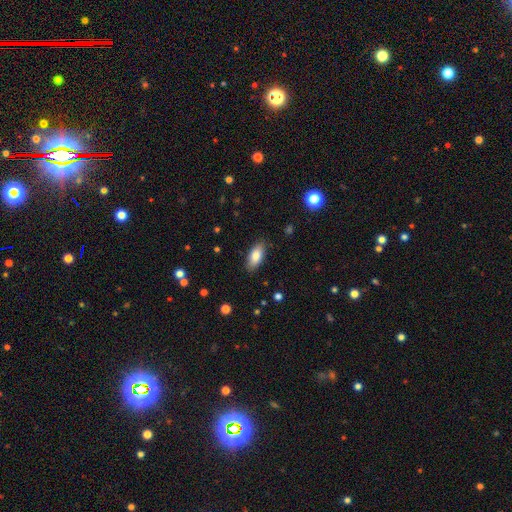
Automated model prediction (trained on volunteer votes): smooth 83%, featured or disk 11%, star or artifact 7%. Down the decision tree: how rounded — in between (87%); merging — none (87%).